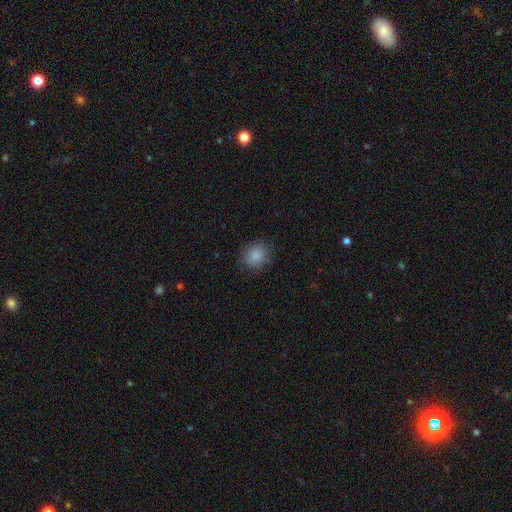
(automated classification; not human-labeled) Smooth or featured? smooth (87%)
How rounded? round (71%)
Merging? none (81%)